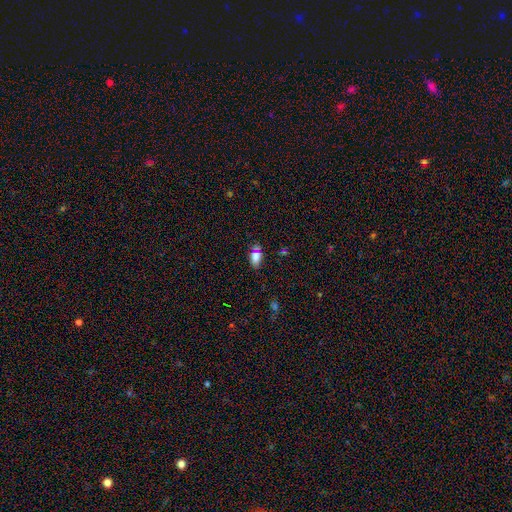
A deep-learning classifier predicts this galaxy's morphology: type=smooth (76%); roundness=in between (85%); merging=none (75%).